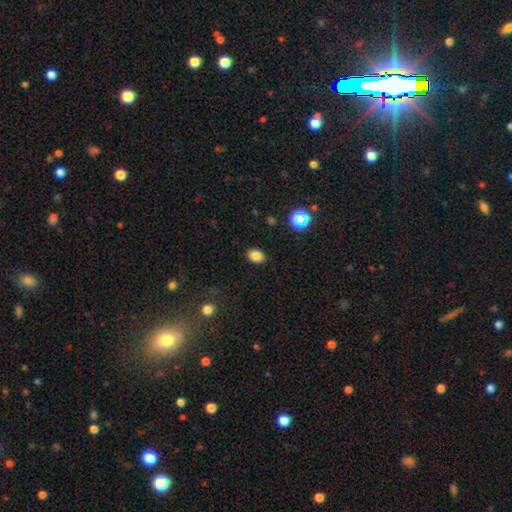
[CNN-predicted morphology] type=smooth (82%); roundness=in between (74%); merging=none (88%).